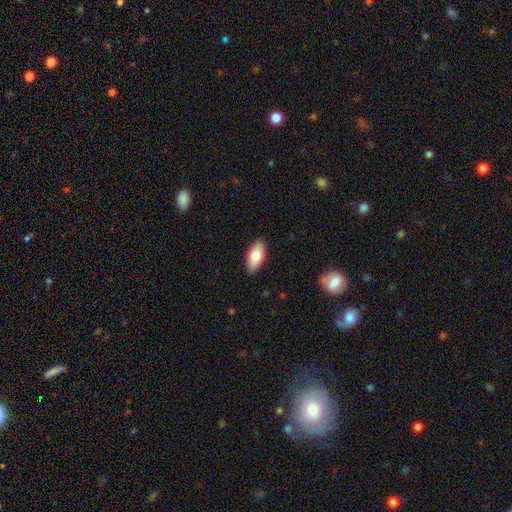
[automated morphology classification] The model was most divided on "smooth or featured": smooth: 80%, featured or disk: 14%, star or artifact: 6%. More confident: how rounded — in between (90%); merging — none (88%).